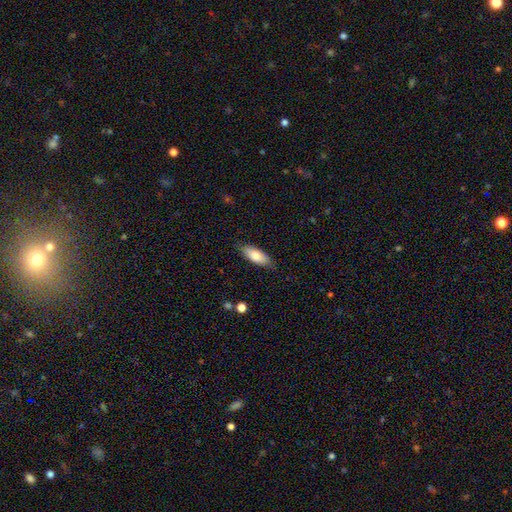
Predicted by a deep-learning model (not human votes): This appears to be a smooth galaxy with no disk features (80%) that is in between round and cigar-shaped (74%). Merging: none (84%).